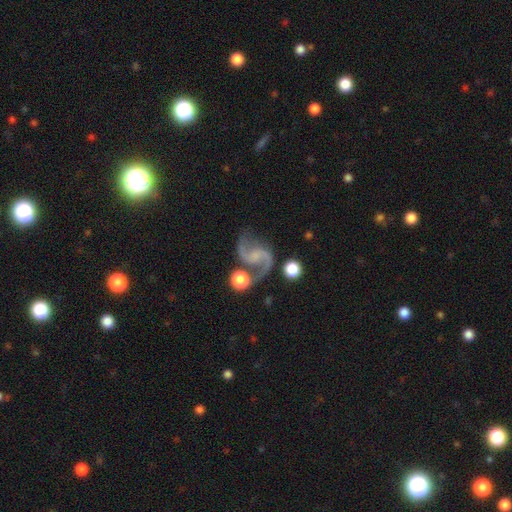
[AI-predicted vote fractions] Overall: featured or disk (91%). Edge-on disk: no (98%). Bar: no (49%; weak 39%). Spiral arms: yes (98%). Spiral arm count: 2 (94%). Spiral winding: loose (58%; medium 37%). Bulge size: none (46%; small 35%). Merging: none (70%).